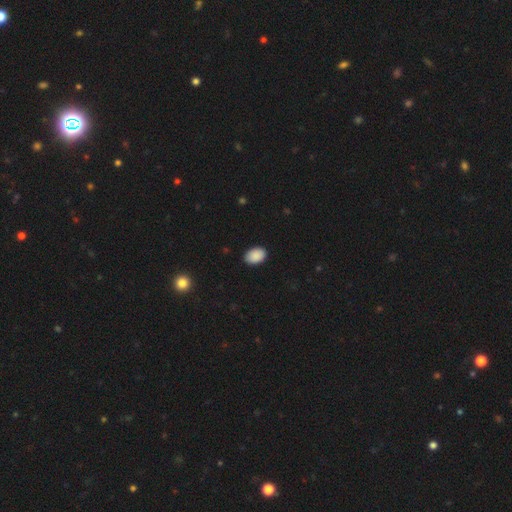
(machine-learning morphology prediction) smooth 90%, star or artifact 7%, featured or disk 3%. Down the decision tree: how rounded — in between (87%); merging — none (88%).